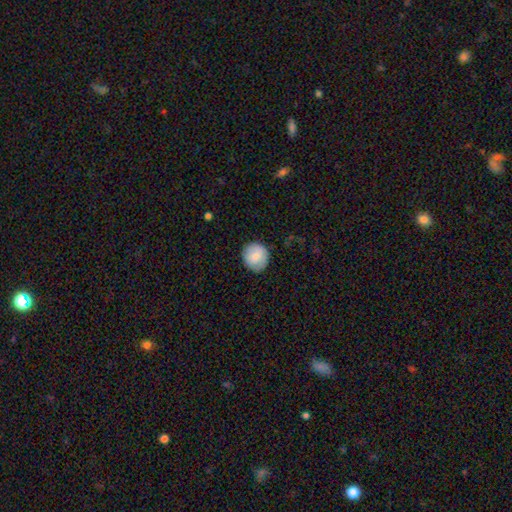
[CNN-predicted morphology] smooth-or-featured: smooth: 83% | featured or disk: 11% | star or artifact: 7%
  how-rounded: round: 89% | in between: 10% | cigar-shaped: 1%
  merging: none: 85% | minor disturbance: 11% | major disturbance: 2% | merger: 1%